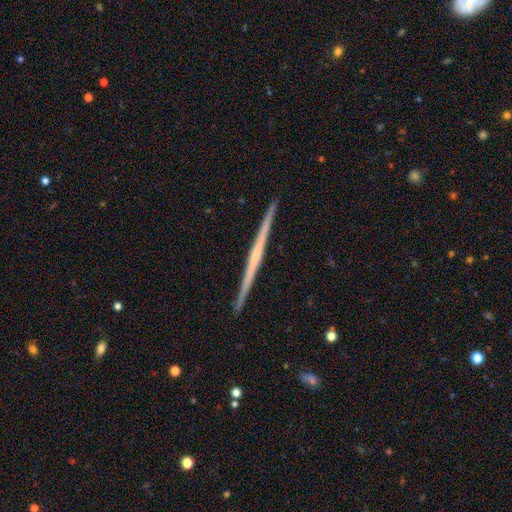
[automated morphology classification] Smooth or featured? featured or disk (72%)
Edge-on disk? yes (99%)
Edge-on bulge? none (76%)
Merging? none (93%)